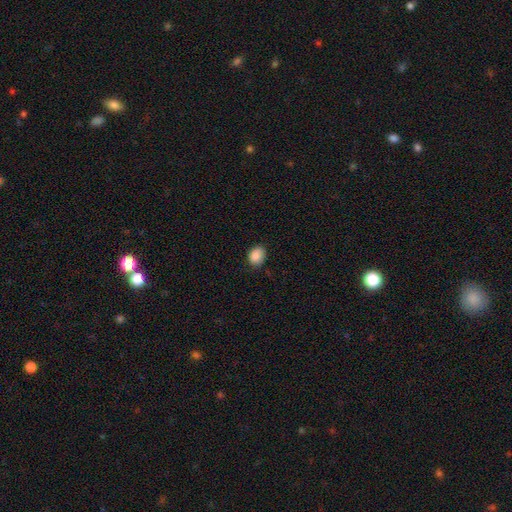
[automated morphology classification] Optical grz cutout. It shows a smooth galaxy with no disk features (88%) that is in between round and cigar-shaped (54%). Merging: none (80%).